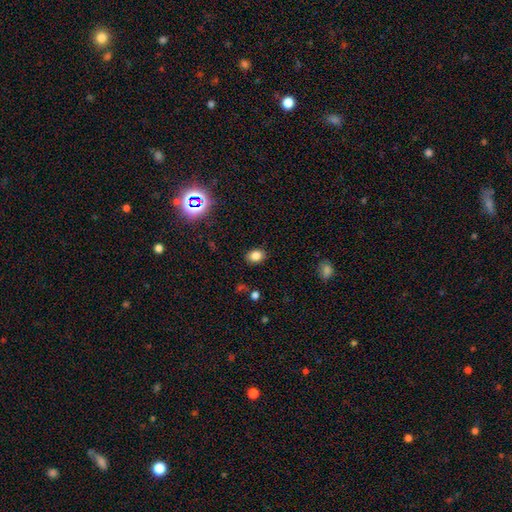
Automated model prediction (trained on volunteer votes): smooth-or-featured: smooth: 82% | star or artifact: 12% | featured or disk: 5%
  how-rounded: in between: 66% | round: 33% | cigar-shaped: 1%
  merging: none: 87% | minor disturbance: 9% | major disturbance: 3% | merger: 1%